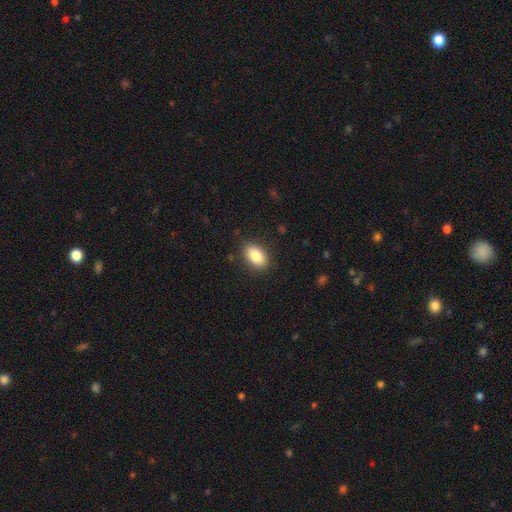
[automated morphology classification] Smooth or featured? smooth (85%)
How rounded? in between (90%)
Merging? none (87%)